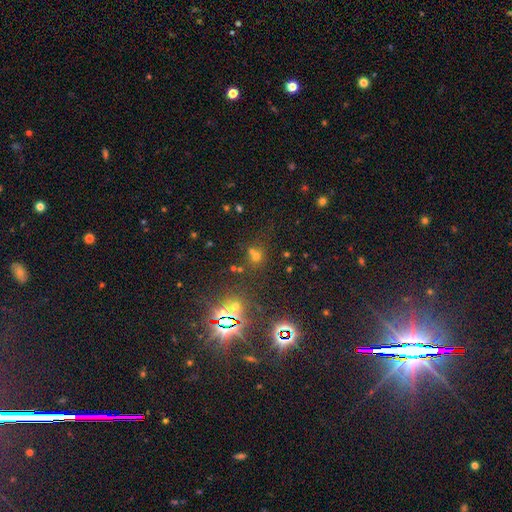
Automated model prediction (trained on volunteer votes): Smooth or featured?
  - smooth: 50% *
  - star or artifact: 40%
  - featured or disk: 10%
Merging?
  - none: 59% *
  - merger: 28%
  - minor disturbance: 9%
  - major disturbance: 4%